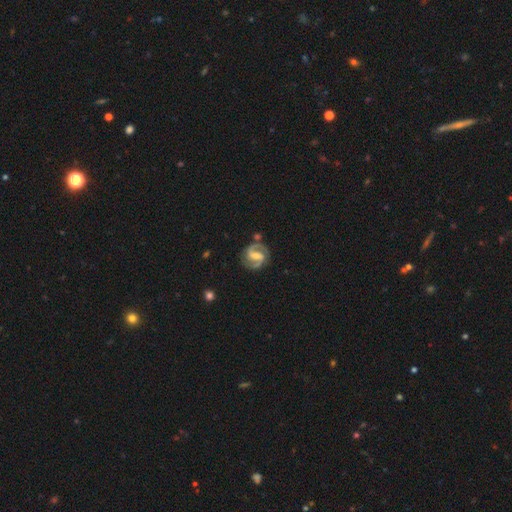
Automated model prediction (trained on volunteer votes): Smooth or featured?
  - featured or disk: 89% *
  - smooth: 6%
  - star or artifact: 5%
Edge-on disk?
  - no: 98% *
  - yes: 2%
Bar?
  - strong: 44% *
  - weak: 43%
  - no: 13%
Spiral arms?
  - yes: 97% *
  - no: 3%
Spiral winding?
  - medium: 58% *
  - tight: 30%
  - loose: 12%
Spiral arm count?
  - 2: 93% *
  - can't tell: 2%
  - 3: 2%
  - 1: 1%
  - 4: 1%
  - more than 4: 1%
Bulge size?
  - moderate: 41% *
  - small: 39%
  - none: 13%
  - large: 5%
  - dominant: 1%
Merging?
  - none: 79% *
  - minor disturbance: 13%
  - major disturbance: 4%
  - merger: 4%